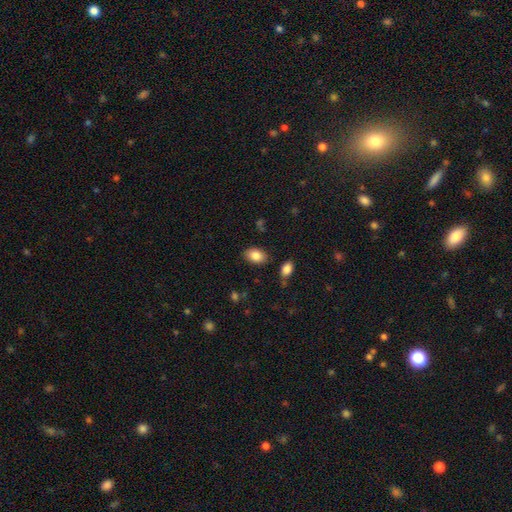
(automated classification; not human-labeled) Smooth or featured: smooth — 85% (star or artifact — 8%)
How rounded: in between — 85% (round — 14%)
Merging: none — 84% (minor disturbance — 11%)